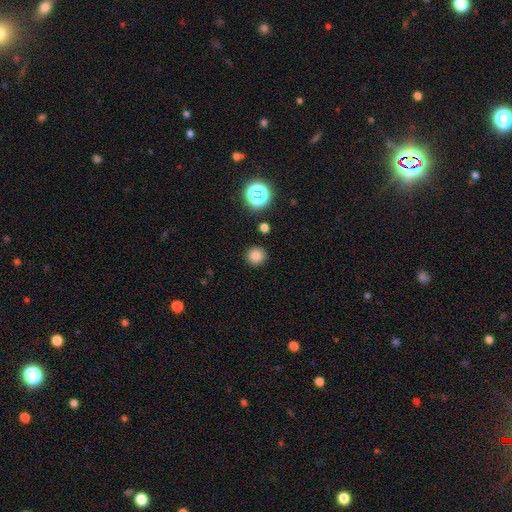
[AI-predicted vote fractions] The model was most divided on "smooth or featured": smooth: 80%, star or artifact: 15%, featured or disk: 4%. More confident: how rounded — round (93%); merging — none (89%).